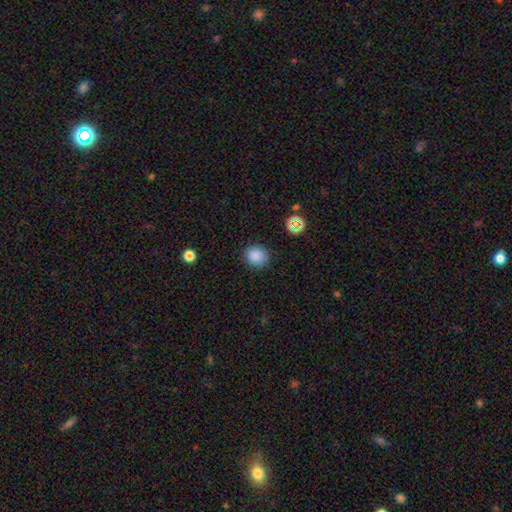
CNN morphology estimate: Smooth or featured?
  - smooth: 84% *
  - star or artifact: 12%
  - featured or disk: 4%
How rounded?
  - round: 86% *
  - in between: 13%
  - cigar-shaped: 1%
Merging?
  - none: 88% *
  - minor disturbance: 8%
  - major disturbance: 3%
  - merger: 1%